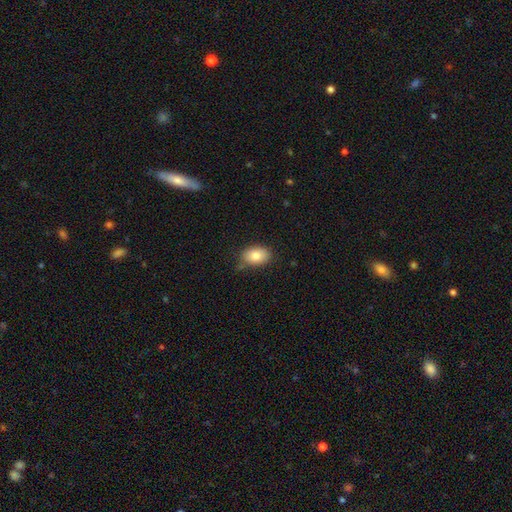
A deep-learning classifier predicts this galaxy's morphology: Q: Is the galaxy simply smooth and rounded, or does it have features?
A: smooth — 84%.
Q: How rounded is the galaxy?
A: in between — 87%.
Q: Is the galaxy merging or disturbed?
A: none — 75%.